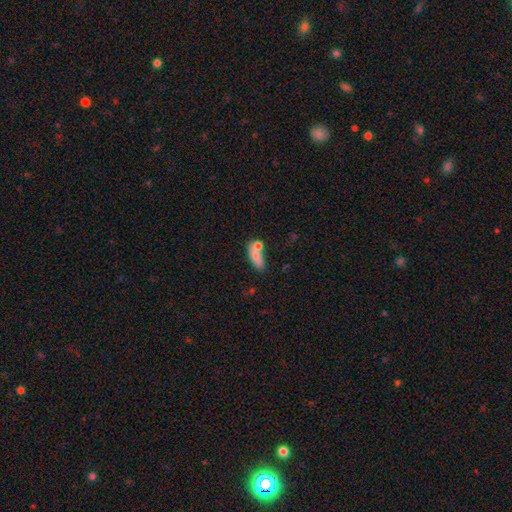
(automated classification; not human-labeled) Smooth or featured? smooth (76%)
How rounded? in between (63%)
Merging? none (45%)